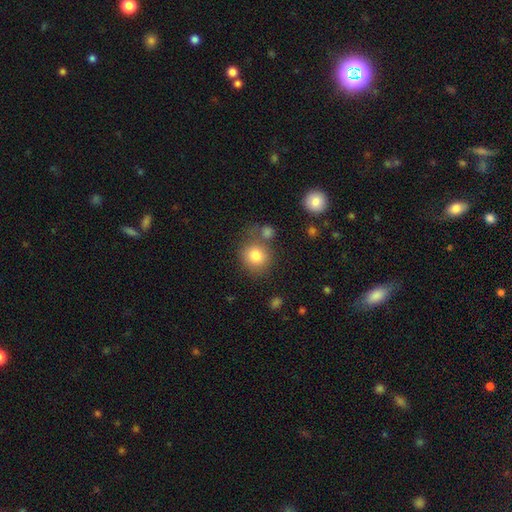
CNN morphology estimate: smooth-or-featured: smooth: 82% | star or artifact: 9% | featured or disk: 9%
  how-rounded: round: 82% | in between: 17% | cigar-shaped: 1%
  merging: none: 63% | merger: 17% | minor disturbance: 14% | major disturbance: 6%